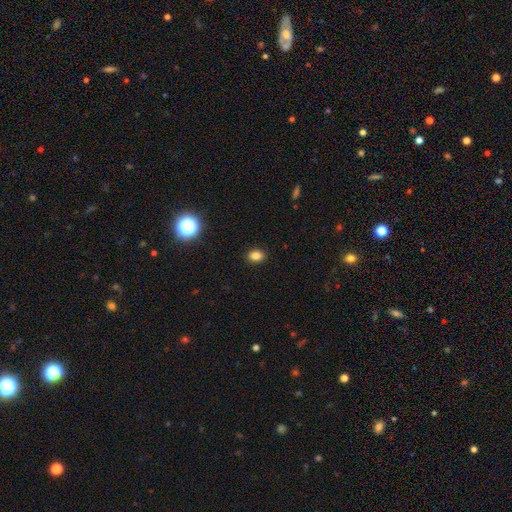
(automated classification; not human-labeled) Morphology: type=smooth (83%); roundness=in between (72%); merging=none (89%).